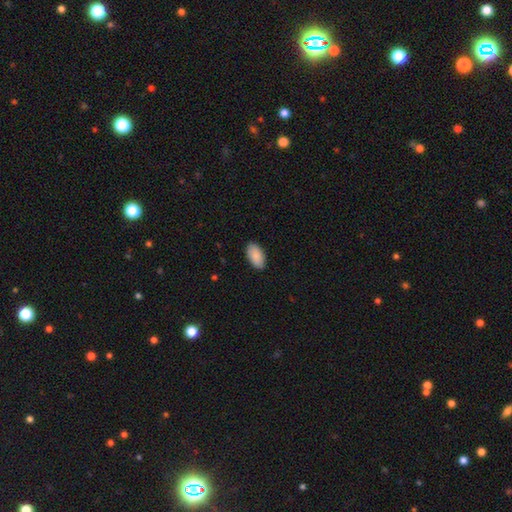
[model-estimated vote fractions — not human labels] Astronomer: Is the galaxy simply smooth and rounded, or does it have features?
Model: smooth — 89%.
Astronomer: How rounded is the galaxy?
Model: in between — 95%.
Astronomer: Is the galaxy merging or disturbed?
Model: none — 88%.